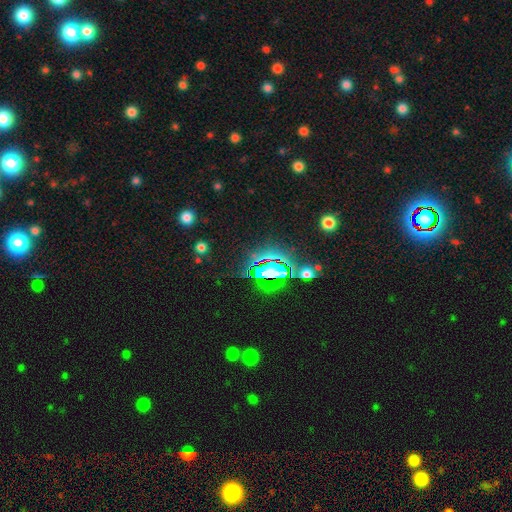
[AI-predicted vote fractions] smooth_or_featured: star or artifact (p=0.78) [alt: smooth p=0.13]